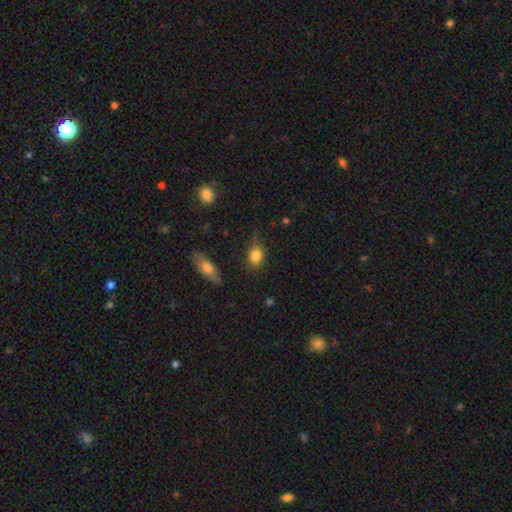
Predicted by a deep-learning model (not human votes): A smooth galaxy with no disk features (82%) that is in between round and cigar-shaped (58%). Merging: none (59%).